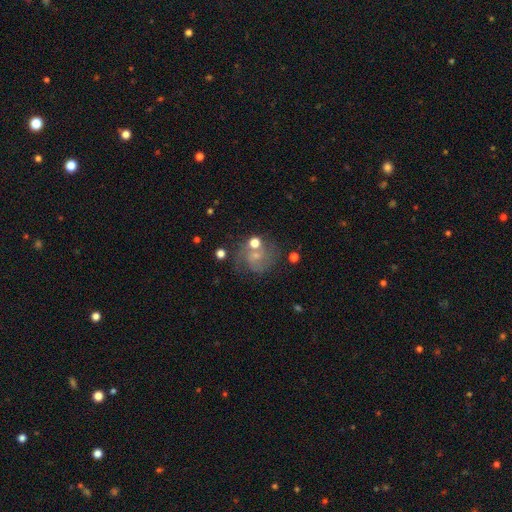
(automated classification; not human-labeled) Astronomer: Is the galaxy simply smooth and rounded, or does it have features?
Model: featured or disk — 56%.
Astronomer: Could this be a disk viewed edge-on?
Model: no — 98%.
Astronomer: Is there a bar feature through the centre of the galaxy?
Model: no — 66%.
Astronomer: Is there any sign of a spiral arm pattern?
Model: yes — 82%.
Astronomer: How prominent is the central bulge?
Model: small — 58%.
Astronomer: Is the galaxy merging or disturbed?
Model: none — 54%.